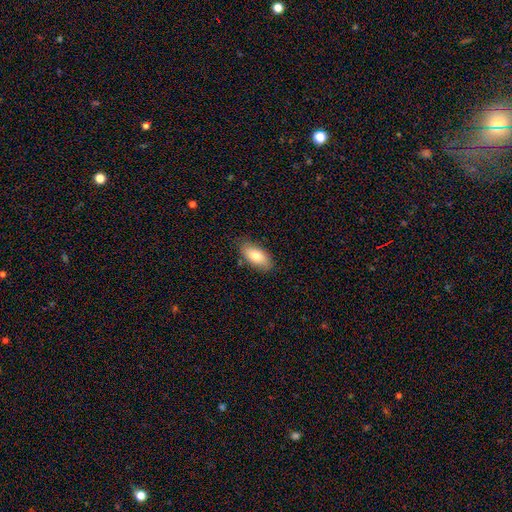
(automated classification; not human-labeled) Smooth or featured? Predicted: smooth (p=0.79). How rounded? Predicted: in between (p=0.90). Merging? Predicted: none (p=0.83).